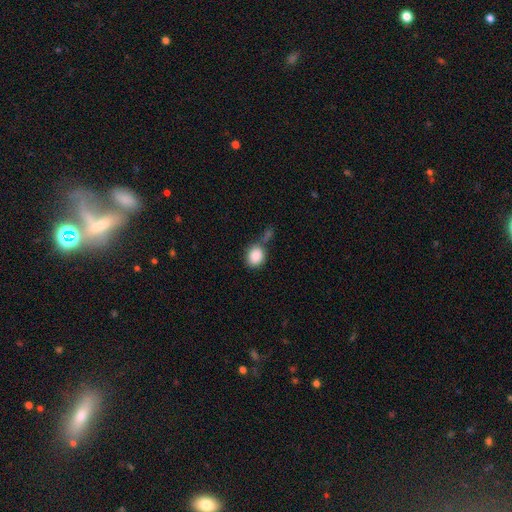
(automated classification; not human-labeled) smooth-or-featured: smooth: 87% | star or artifact: 8% | featured or disk: 5%
  how-rounded: round: 64% | in between: 34% | cigar-shaped: 1%
  merging: none: 50% | merger: 24% | minor disturbance: 18% | major disturbance: 8%